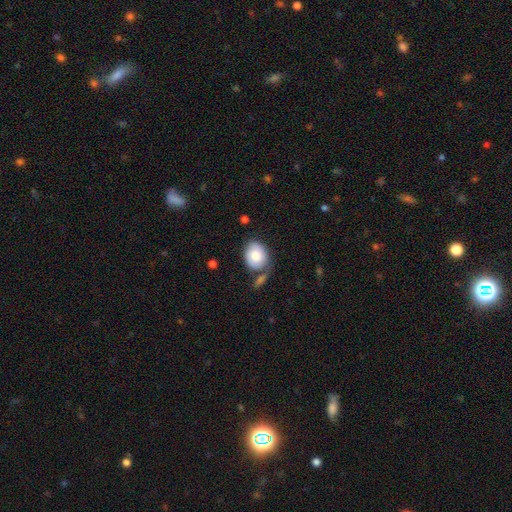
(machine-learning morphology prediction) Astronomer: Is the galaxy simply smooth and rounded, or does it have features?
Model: smooth — 71%.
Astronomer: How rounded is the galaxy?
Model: in between — 52% (runner-up: round, 47%).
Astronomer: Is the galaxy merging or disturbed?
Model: none — 55%.